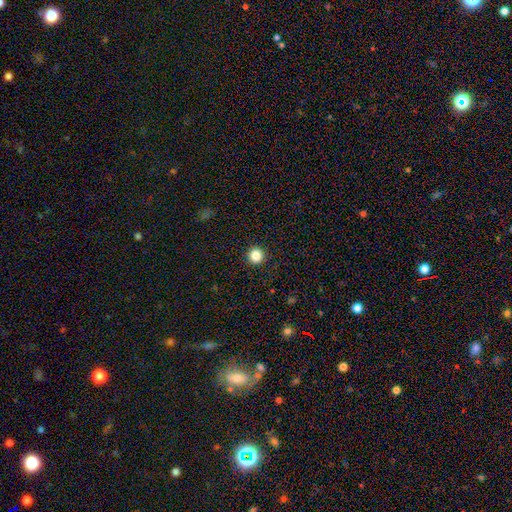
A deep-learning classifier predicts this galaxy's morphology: smooth_or_featured: smooth (p=0.84) [alt: star or artifact p=0.11]
how_rounded: round (p=0.95) [alt: in between p=0.04]
merging: none (p=0.93) [alt: minor disturbance p=0.04]